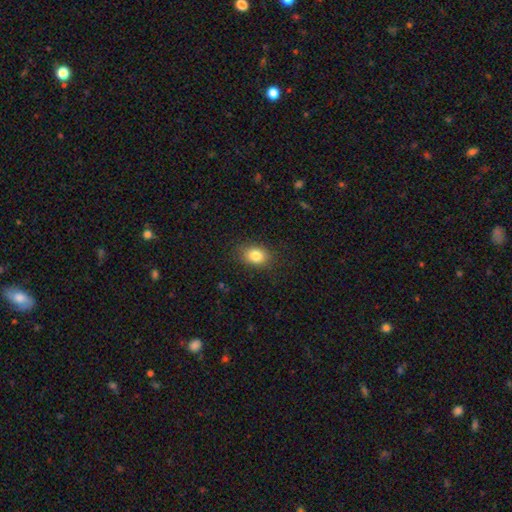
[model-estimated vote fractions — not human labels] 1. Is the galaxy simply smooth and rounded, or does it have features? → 83% smooth, 10% star or artifact, 7% featured or disk.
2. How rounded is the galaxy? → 65% in between, 34% round, 1% cigar-shaped.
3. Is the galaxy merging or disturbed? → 85% none, 11% minor disturbance, 3% major disturbance, 1% merger.